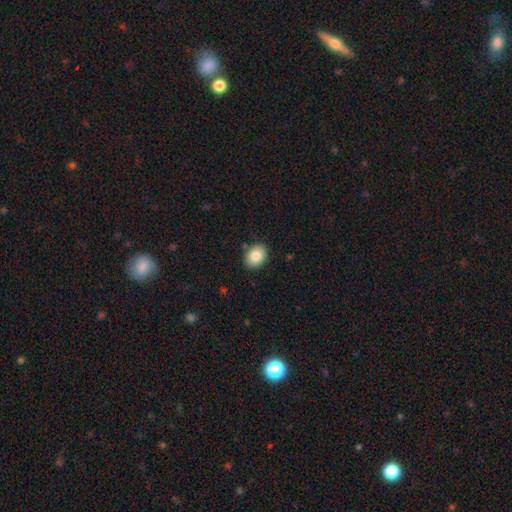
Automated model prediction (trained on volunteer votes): smooth_or_featured: smooth (p=0.85) [alt: star or artifact p=0.08]
how_rounded: in between (p=0.62) [alt: round p=0.37]
merging: none (p=0.87) [alt: minor disturbance p=0.09]